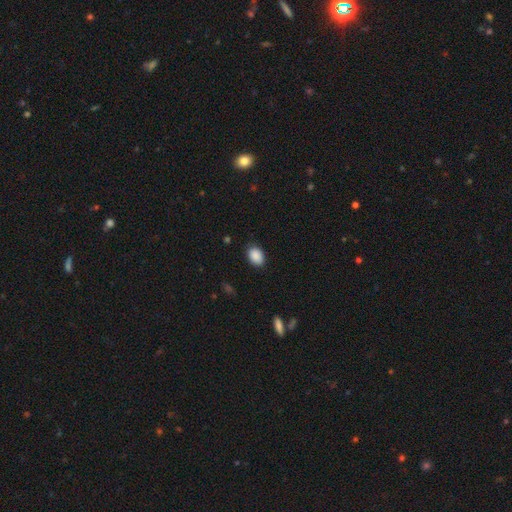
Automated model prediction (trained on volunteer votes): Smooth or featured? Predicted: smooth (p=0.90). How rounded? Predicted: in between (p=0.77). Merging? Predicted: none (p=0.85).